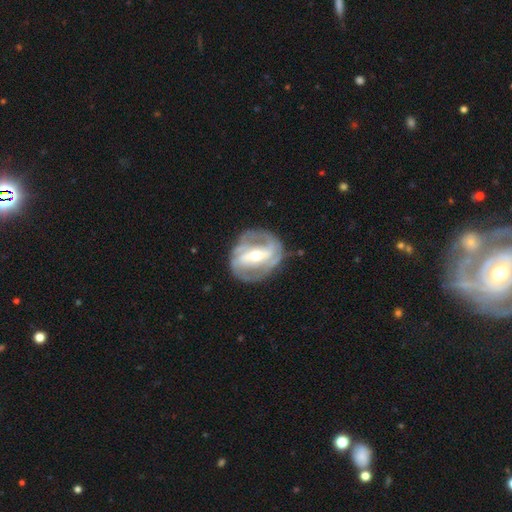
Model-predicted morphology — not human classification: Q: Smooth or featured?
A: featured or disk (86%); runner-up: smooth (9%)
Q: Edge-on disk?
A: no (96%); runner-up: yes (4%)
Q: Bar?
A: strong (57%); runner-up: weak (30%)
Q: Spiral arms?
A: yes (90%); runner-up: no (10%)
Q: Spiral winding?
A: tight (44%); runner-up: medium (40%)
Q: Spiral arm count?
A: 2 (53%); runner-up: 3 (19%)
Q: Bulge size?
A: moderate (61%); runner-up: small (33%)
Q: Merging?
A: none (76%); runner-up: minor disturbance (15%)